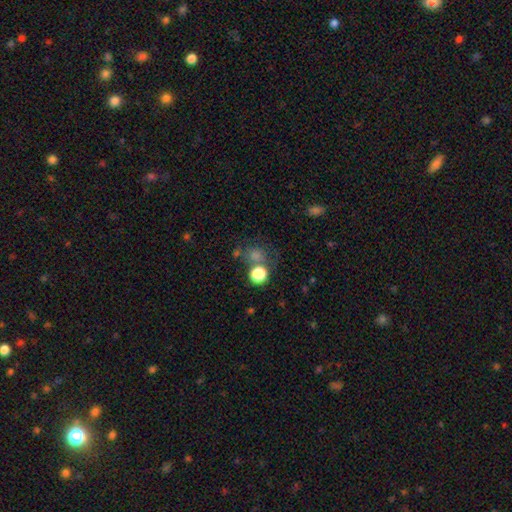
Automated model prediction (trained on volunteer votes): smooth 54%, star or artifact 35%, featured or disk 10%. Down the decision tree: how rounded — round (83%); merging — none (63%).